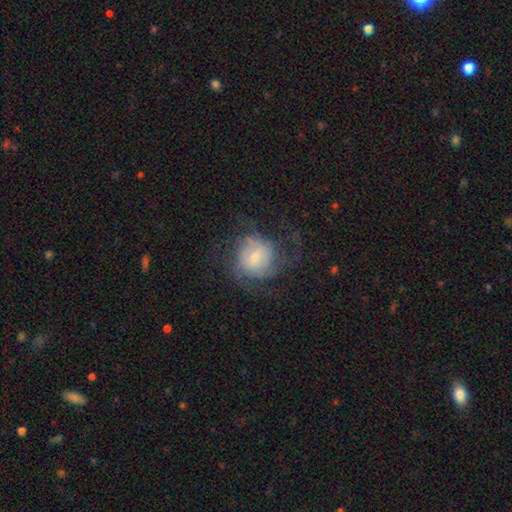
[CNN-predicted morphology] featured or disk 68%, smooth 23%, star or artifact 9%. Down the decision tree: edge-on disk — no (97%); bar — no (54%); spiral arms — yes (88%); spiral arm count — can't tell (35%); spiral winding — medium (42%); bulge size — small (59%); merging — none (60%).